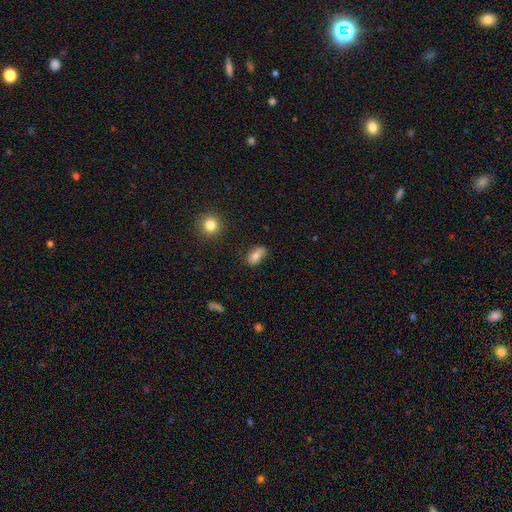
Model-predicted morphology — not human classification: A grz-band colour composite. It shows a smooth galaxy with no disk features (77%) that is in between round and cigar-shaped (89%). Merging: none (69%).